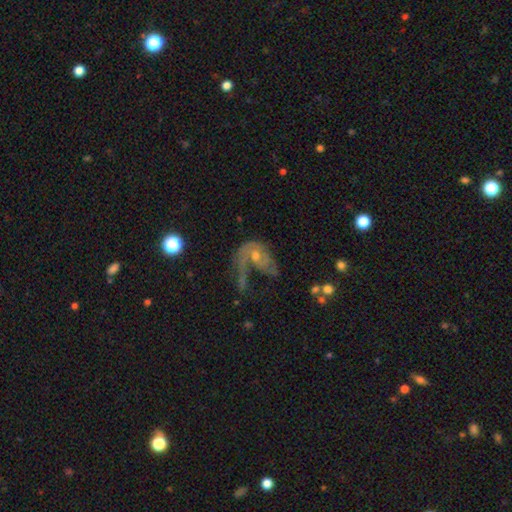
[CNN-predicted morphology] smooth-or-featured: featured or disk: 62% | smooth: 24% | star or artifact: 13%
  disk-edge-on: no: 96% | yes: 4%
    bar: no: 78% | weak: 17% | strong: 4%
    has-spiral-arms: yes: 60% | no: 40%
    bulge-size: small: 47% | moderate: 42% | none: 6% | large: 3% | dominant: 2%
  merging: major disturbance: 52% | none: 20% | merger: 14% | minor disturbance: 13%